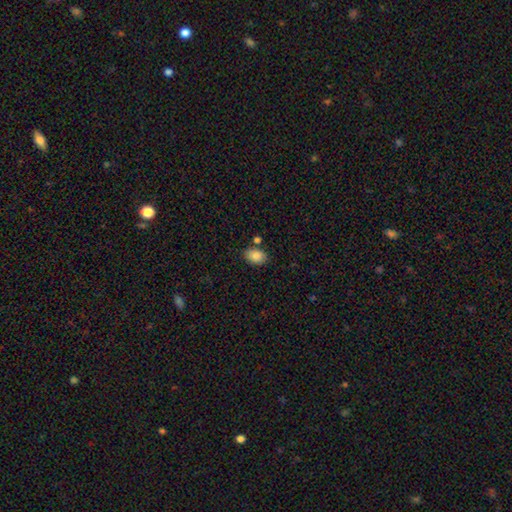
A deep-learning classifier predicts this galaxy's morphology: Smooth or featured? smooth (87%)
How rounded? in between (82%)
Merging? none (76%)